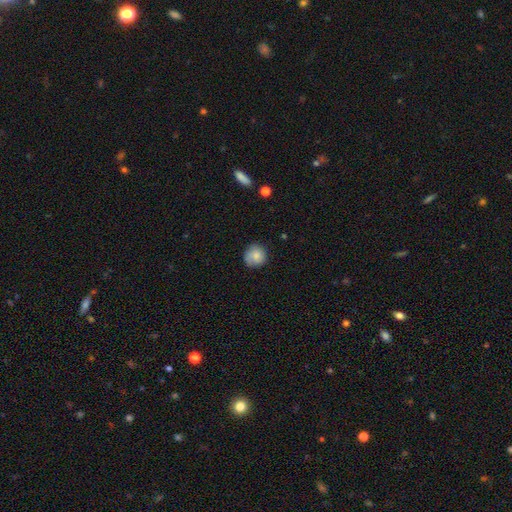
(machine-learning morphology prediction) smooth 80%, featured or disk 12%, star or artifact 8%. Down the decision tree: how rounded — round (89%); merging — none (75%).